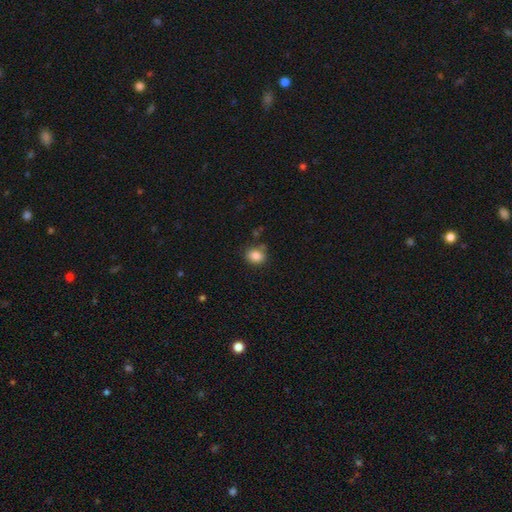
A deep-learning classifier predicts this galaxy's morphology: smooth-or-featured: smooth: 85% | star or artifact: 10% | featured or disk: 5%
  how-rounded: round: 63% | in between: 36% | cigar-shaped: 1%
  merging: none: 75% | minor disturbance: 15% | merger: 6% | major disturbance: 4%